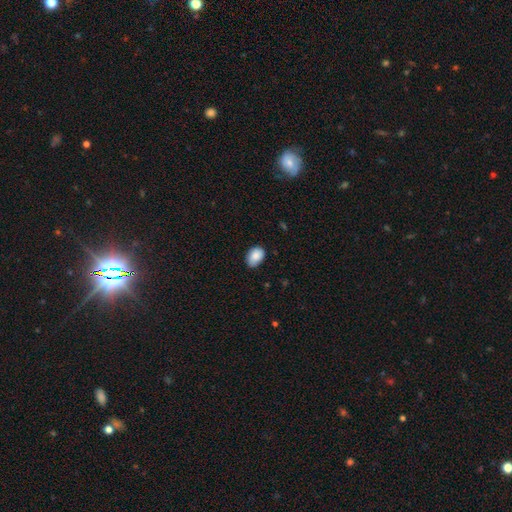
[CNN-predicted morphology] A smooth galaxy with no disk features (87%) that is in between round and cigar-shaped (82%). Merging: none (76%).